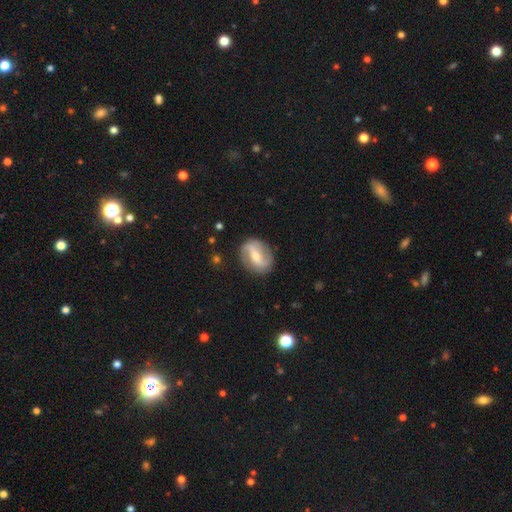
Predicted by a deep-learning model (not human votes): A featured or disk galaxy (75%) with a strong bar (44%), 2 (89%) loose (46%) spiral arms (89%) and a small central bulge (48%). Merging: none (83%).